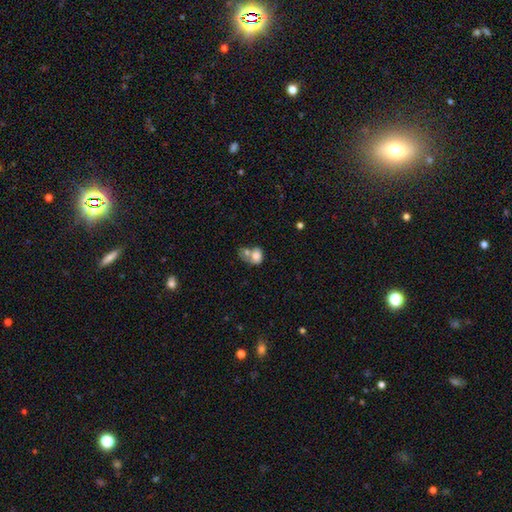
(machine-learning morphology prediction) A smooth galaxy with no disk features (68%) that is in between round and cigar-shaped (56%).

Vote fractions:
- Smooth or featured? smooth: 68% / featured or disk: 23% / star or artifact: 9%
- How rounded? in between: 56% / round: 43% / cigar-shaped: 1%
- Merging? merger: 65% / none: 15% / major disturbance: 11% / minor disturbance: 9%